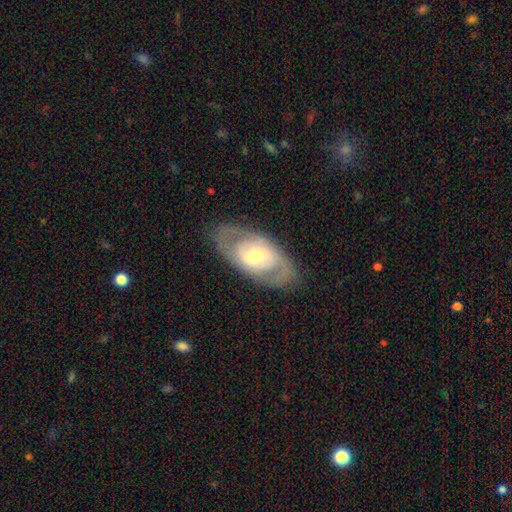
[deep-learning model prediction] A featured or disk galaxy (71%) with a weak bar (47%), spiral arms (71%) and a moderate central bulge (51%). Merging: none (80%).